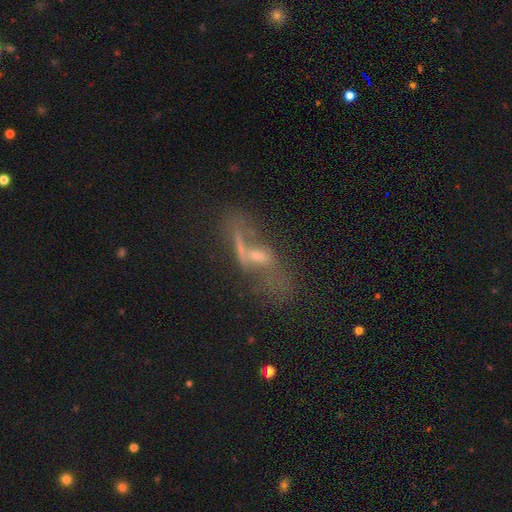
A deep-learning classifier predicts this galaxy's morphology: A featured or disk galaxy (61%). Merging: none (35%).